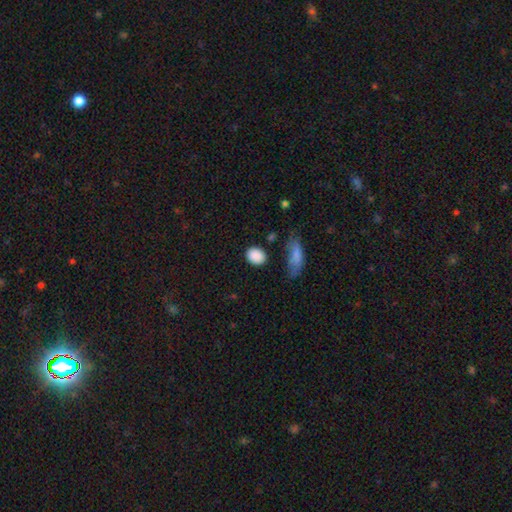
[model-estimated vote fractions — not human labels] The model was most divided on "how rounded" (2-way tie): round: 49%, in between: 49%, cigar-shaped: 2%. More confident: smooth or featured — smooth (89%); merging — none (82%).